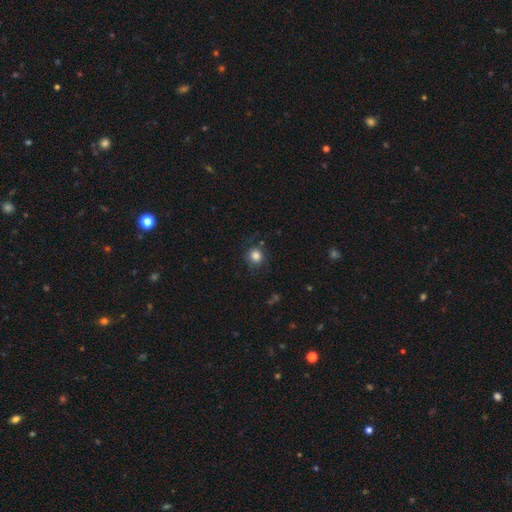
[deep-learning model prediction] Overall: smooth (83%). How rounded: round (85%). Merging: none (76%).